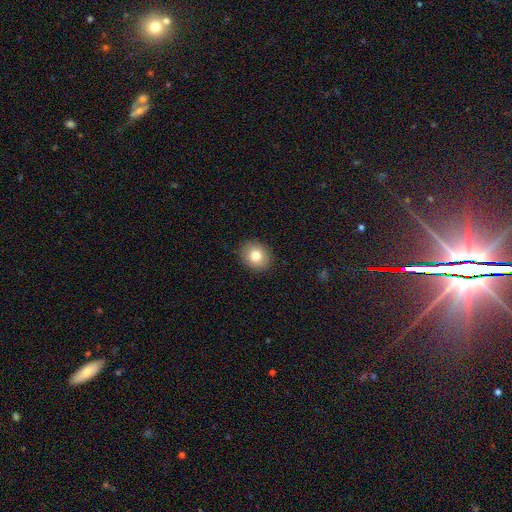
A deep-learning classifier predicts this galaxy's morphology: Smooth or featured: smooth — 80% (featured or disk — 11%)
How rounded: round — 64% (in between — 35%)
Merging: none — 90% (minor disturbance — 7%)